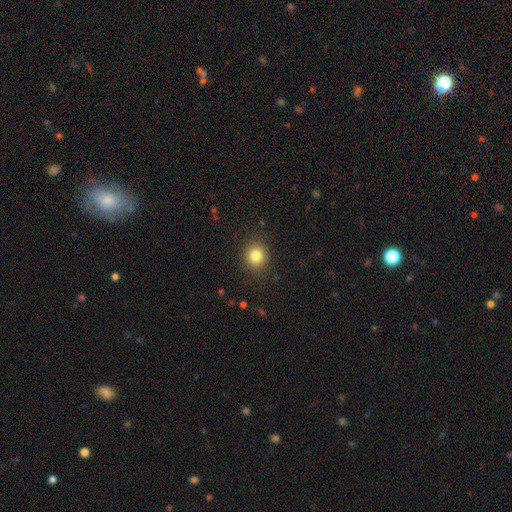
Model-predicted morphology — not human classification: smooth_or_featured: smooth (p=0.82) [alt: star or artifact p=0.12]
how_rounded: round (p=0.84) [alt: in between p=0.15]
merging: none (p=0.89) [alt: minor disturbance p=0.07]